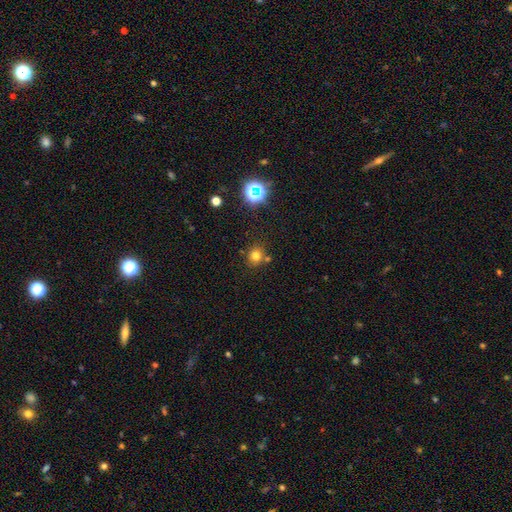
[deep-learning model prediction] Smooth or featured? Predicted: smooth (p=0.74). How rounded? Predicted: round (p=0.84). Merging? Predicted: none (p=0.77).